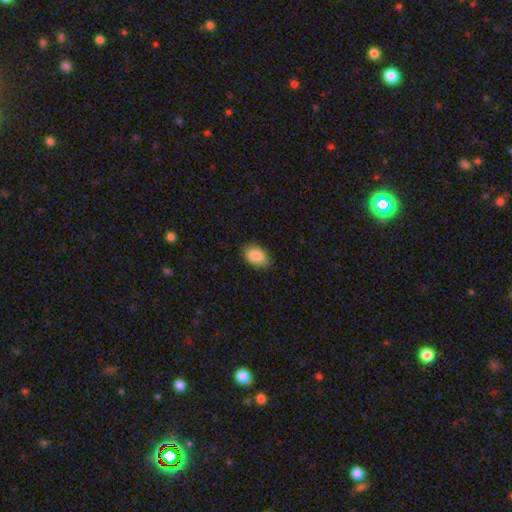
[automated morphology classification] A smooth galaxy with no disk features (85%) that is in between round and cigar-shaped (91%). Merging: none (81%).